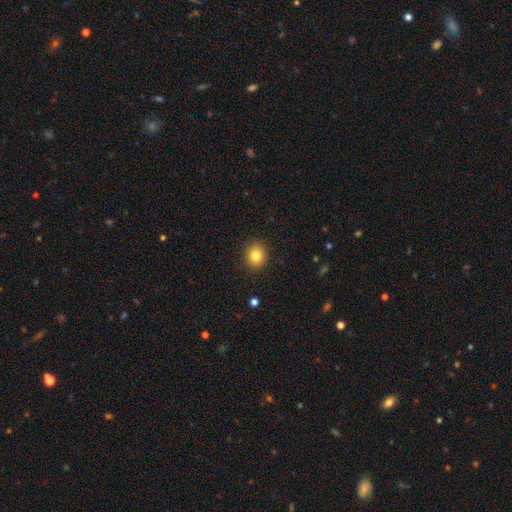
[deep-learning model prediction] A smooth galaxy with no disk features (83%) that is round (72%).

Vote fractions:
- Smooth or featured? smooth: 83% / star or artifact: 11% / featured or disk: 7%
- How rounded? round: 72% / in between: 27% / cigar-shaped: 1%
- Merging? none: 90% / minor disturbance: 7% / major disturbance: 2% / merger: 1%